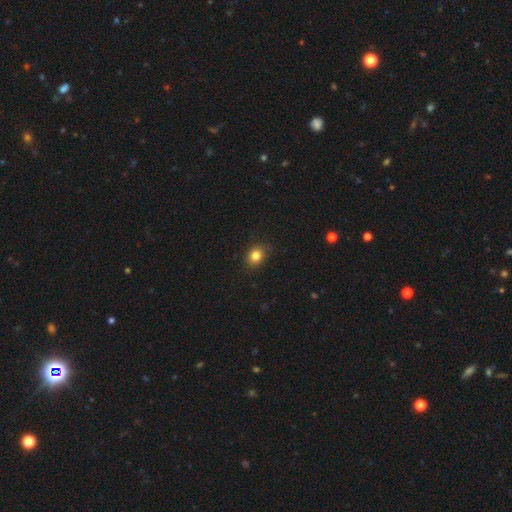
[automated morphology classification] Q: Smooth or featured?
A: smooth (83%); runner-up: star or artifact (11%)
Q: How rounded?
A: round (57%); runner-up: in between (42%)
Q: Merging?
A: none (84%); runner-up: minor disturbance (12%)